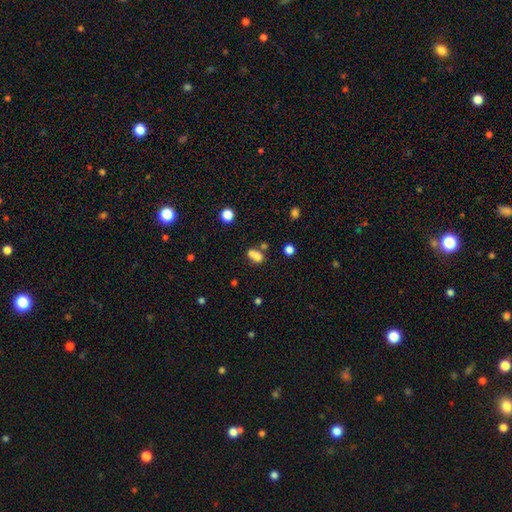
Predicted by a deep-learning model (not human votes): Overall: smooth (71%). How rounded: round (52%; in between 46%). Merging: merger (57%; none 29%).